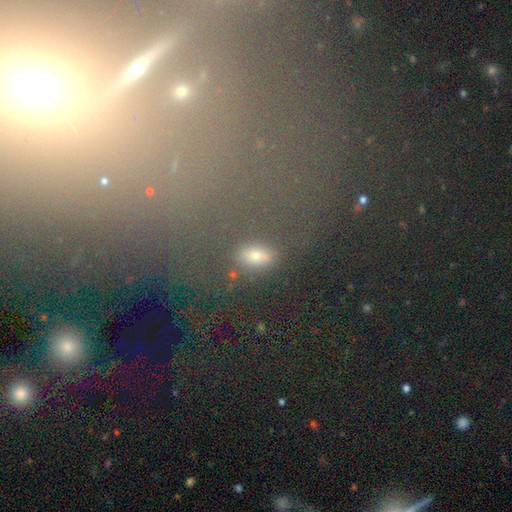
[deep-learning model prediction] Overall: smooth (63%; star or artifact 25%). How rounded: in between (73%). Merging: none (75%).